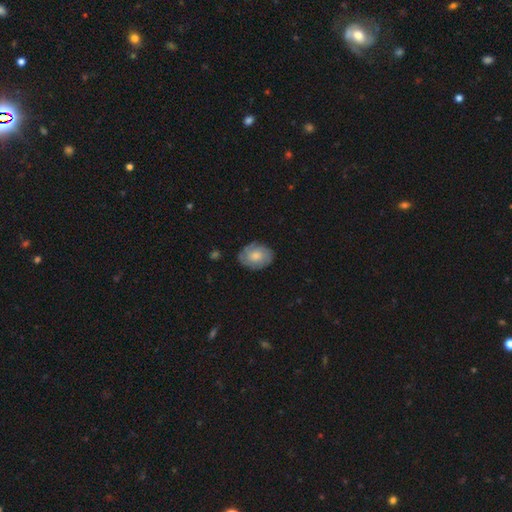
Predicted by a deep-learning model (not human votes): smooth_or_featured: smooth (p=0.51) [alt: featured or disk p=0.43]
how_rounded: in between (p=0.62) [alt: round p=0.37]
merging: none (p=0.77) [alt: minor disturbance p=0.18]